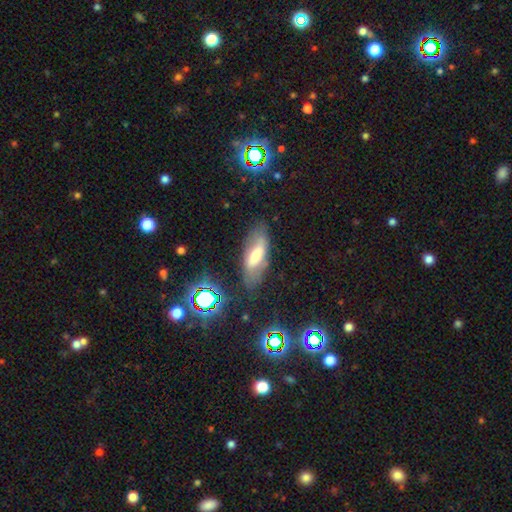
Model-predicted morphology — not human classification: smooth-or-featured: smooth: 53% | featured or disk: 37% | star or artifact: 11%
  how-rounded: in between: 73% | cigar-shaped: 24% | round: 3%
  merging: none: 66% | minor disturbance: 22% | major disturbance: 9% | merger: 3%